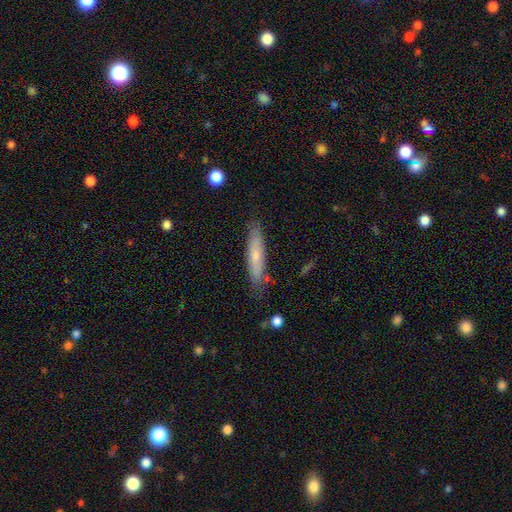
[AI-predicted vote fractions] The model was most divided on "smooth or featured": smooth: 59%, featured or disk: 35%, star or artifact: 6%. More confident: how rounded — cigar-shaped (82%); merging — none (81%).